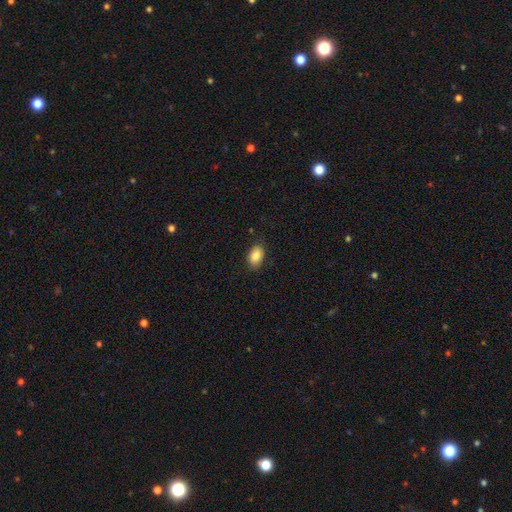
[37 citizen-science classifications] Smooth or featured? smooth (95%)
How rounded? in between (89%)
Merging? none (68%)